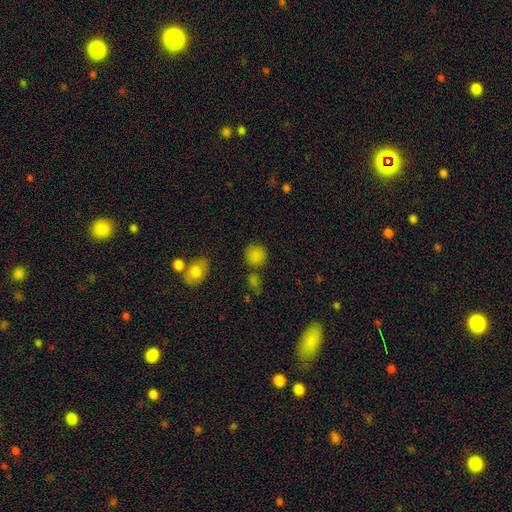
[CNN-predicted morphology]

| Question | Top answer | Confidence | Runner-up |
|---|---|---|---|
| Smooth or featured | smooth | 82% | star or artifact (12%) |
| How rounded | round | 85% | in between (14%) |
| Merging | none | 71% | merger (13%) |